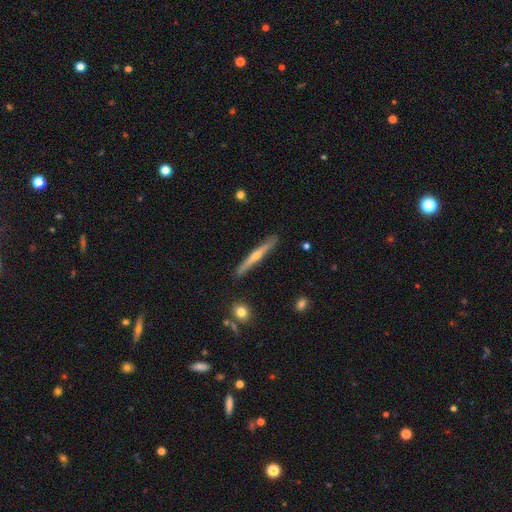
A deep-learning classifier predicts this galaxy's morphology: Q: Smooth or featured?
A: featured or disk (65%); runner-up: smooth (29%)
Q: Edge-on disk?
A: yes (97%); runner-up: no (3%)
Q: Edge-on bulge?
A: rounded (79%); runner-up: none (17%)
Q: Merging?
A: none (88%); runner-up: minor disturbance (8%)